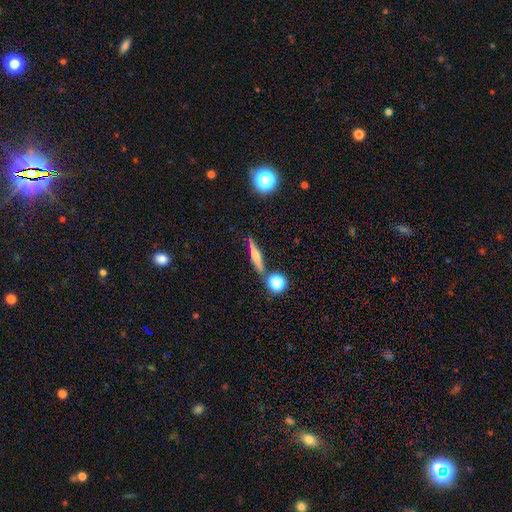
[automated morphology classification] This is possibly a featured or disk galaxy (54%). It is clearly viewed edge-on (95%). Edge-on bulge: clearly rounded (84%). Merging: likely none (79%).